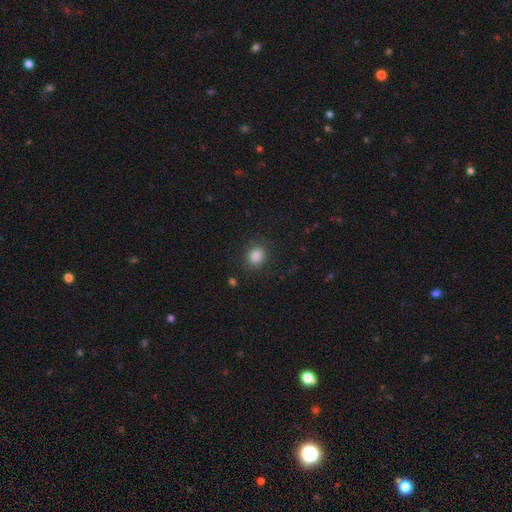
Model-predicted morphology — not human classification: A smooth galaxy with no disk features (85%) that is round (71%). Merging: none (85%).